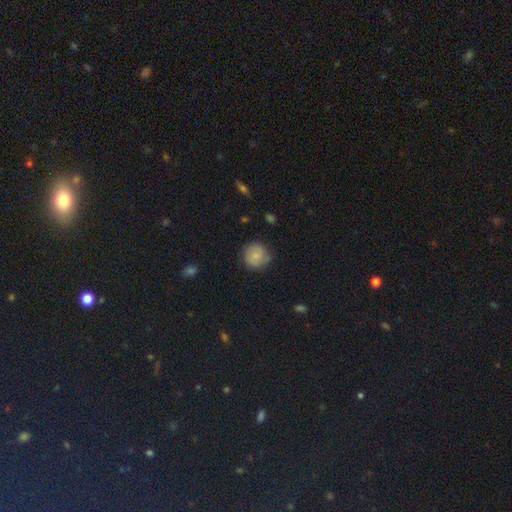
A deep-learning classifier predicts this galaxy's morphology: A smooth galaxy with no disk features (77%) that is round (91%). Merging: none (73%).